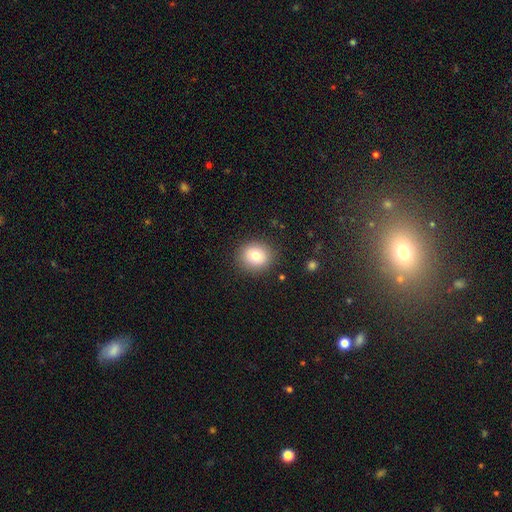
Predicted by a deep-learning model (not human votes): A smooth galaxy with no disk features (76%) that is round (83%). Merging: none (88%).